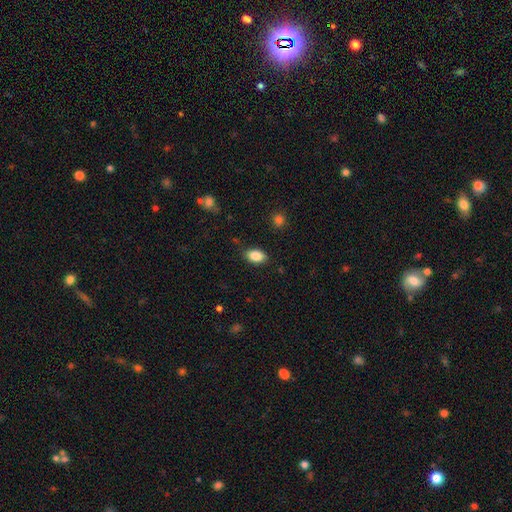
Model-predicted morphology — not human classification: A smooth galaxy with no disk features (88%) that is in between round and cigar-shaped (90%).

Vote fractions:
- Smooth or featured? smooth: 88% / star or artifact: 8% / featured or disk: 5%
- How rounded? in between: 90% / round: 8% / cigar-shaped: 2%
- Merging? none: 85% / minor disturbance: 11% / major disturbance: 3% / merger: 1%